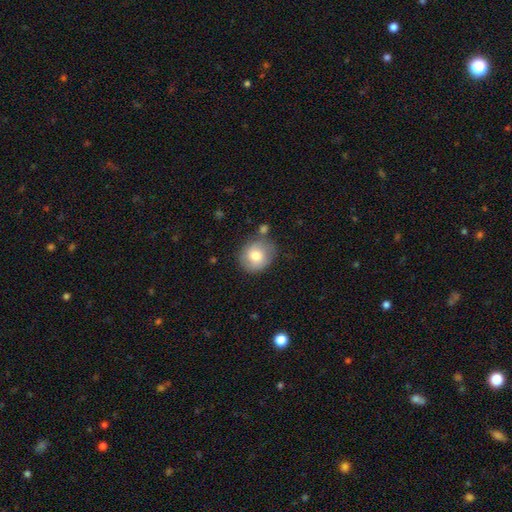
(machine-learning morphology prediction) smooth 71%, featured or disk 22%, star or artifact 7%. Down the decision tree: how rounded — round (74%); merging — none (66%).